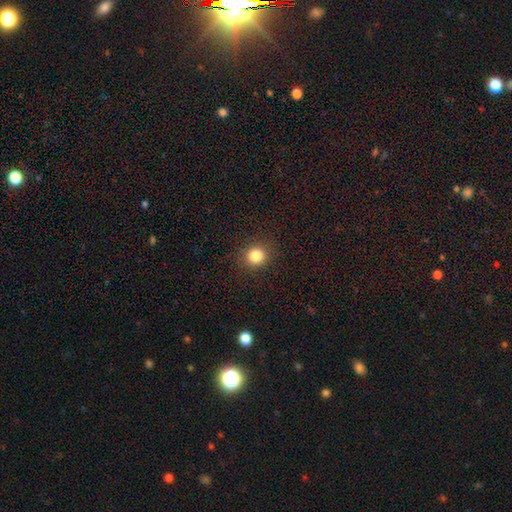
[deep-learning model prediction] The model was most divided on "how rounded": round: 85%, in between: 14%, cigar-shaped: 1%. More confident: merging — none (88%); smooth or featured — smooth (84%).